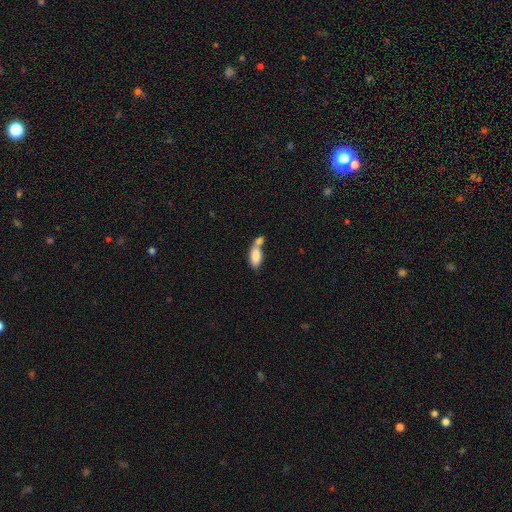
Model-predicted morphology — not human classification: smooth-or-featured: smooth: 82% | featured or disk: 11% | star or artifact: 7%
  how-rounded: in between: 87% | cigar-shaped: 10% | round: 3%
  merging: merger: 57% | none: 28% | minor disturbance: 10% | major disturbance: 5%